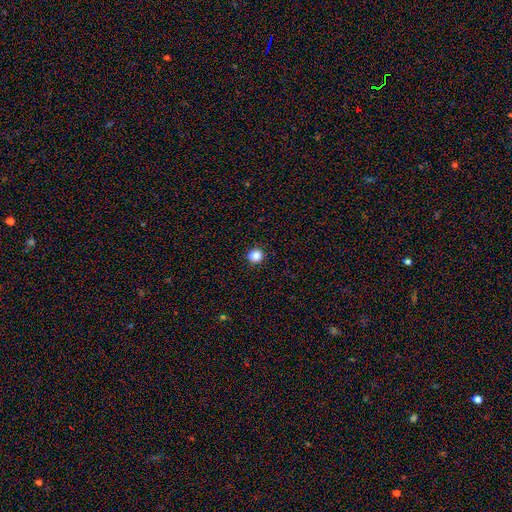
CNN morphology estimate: type=smooth (86%); roundness=round (91%); merging=none (92%).